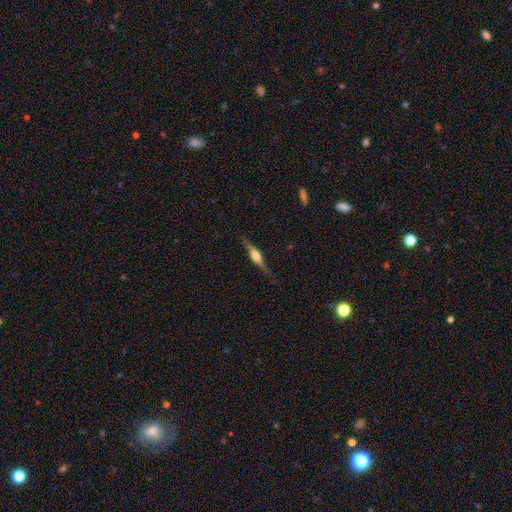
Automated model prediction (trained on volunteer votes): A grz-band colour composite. It shows a featured or disk galaxy (76%) viewed edge-on (97%) with a rounded central bulge (85%). Merging: none (82%).